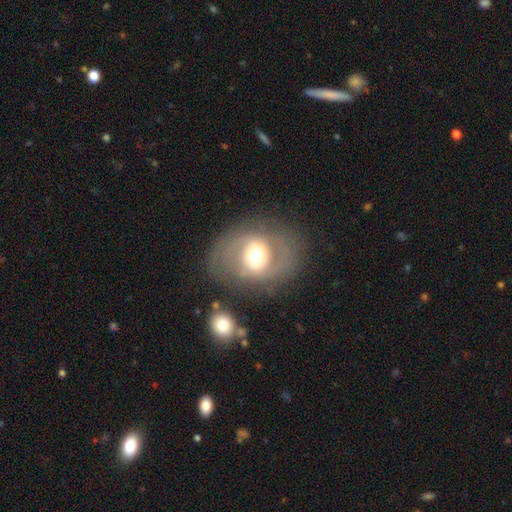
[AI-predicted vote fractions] Overall: featured or disk (62%; smooth 30%). Edge-on disk: no (95%). Bar: no (40%; weak 38%). Spiral arms: yes (60%; no 40%). Bulge size: moderate (61%; large 25%). Merging: none (72%).